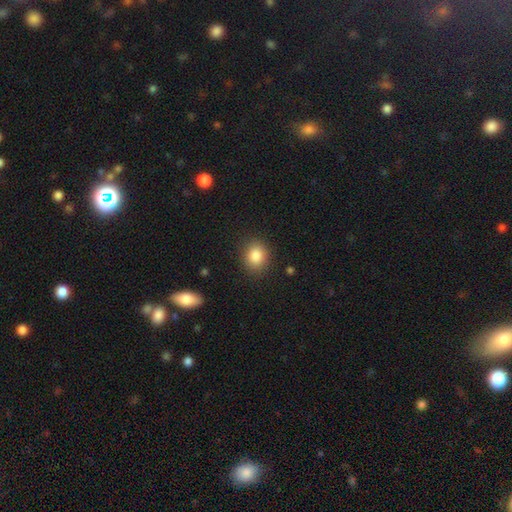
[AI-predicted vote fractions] This appears to be a smooth galaxy with no disk features (85%) that is round (65%). Merging: none (87%).